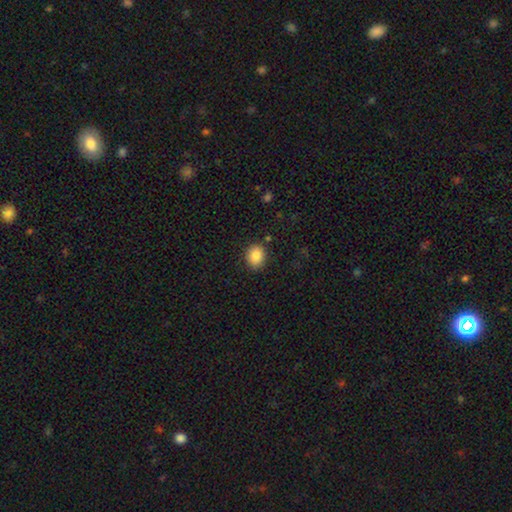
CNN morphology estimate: Smooth or featured? Predicted: smooth (p=0.88). How rounded? Predicted: round (p=0.56). Merging? Predicted: none (p=0.85).